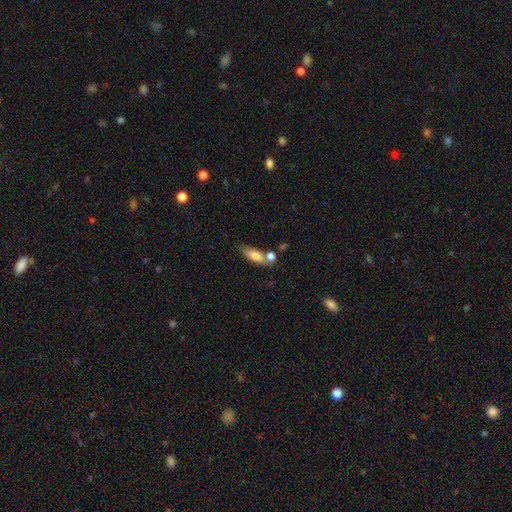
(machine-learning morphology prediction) Q: Smooth or featured?
A: smooth (79%); runner-up: featured or disk (14%)
Q: How rounded?
A: in between (71%); runner-up: cigar-shaped (26%)
Q: Merging?
A: none (49%); runner-up: merger (30%)